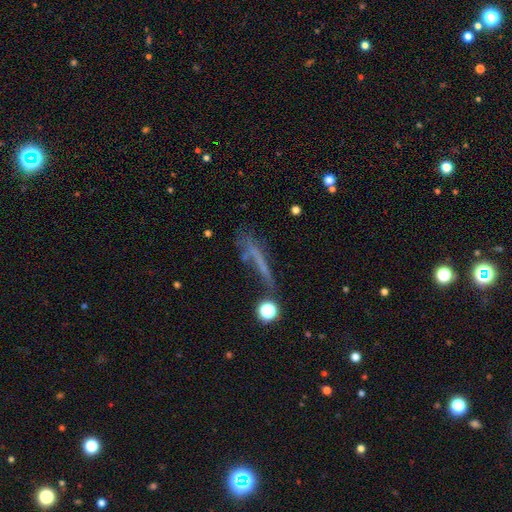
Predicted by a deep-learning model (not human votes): smooth 41%, featured or disk 39%, star or artifact 20%. Down the decision tree: merging — none (43%).